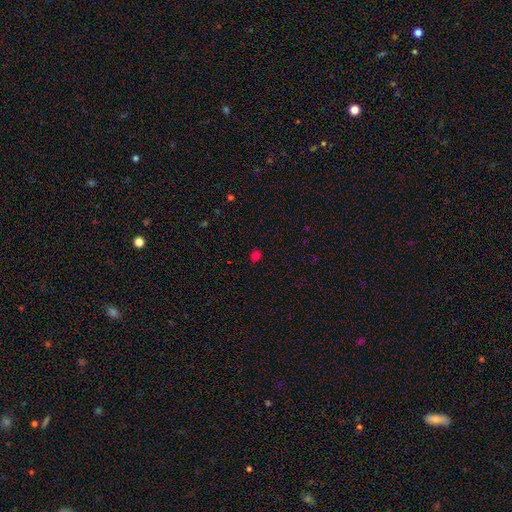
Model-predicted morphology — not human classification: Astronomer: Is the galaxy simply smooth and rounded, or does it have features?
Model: smooth — 77%.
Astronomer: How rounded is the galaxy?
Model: round — 73%.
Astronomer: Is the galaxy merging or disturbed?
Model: none — 89%.